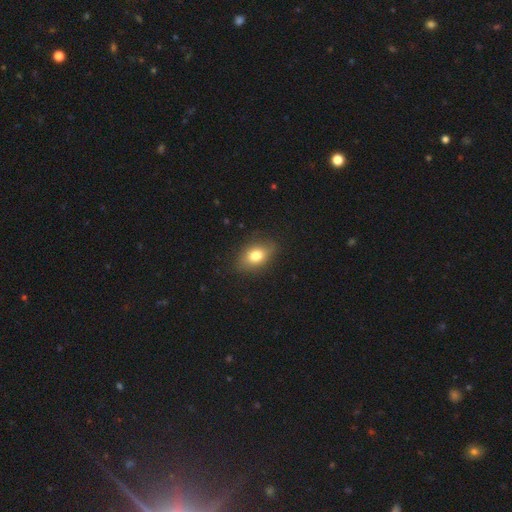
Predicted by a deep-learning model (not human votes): Smooth or featured? smooth (77%)
How rounded? in between (79%)
Merging? none (81%)